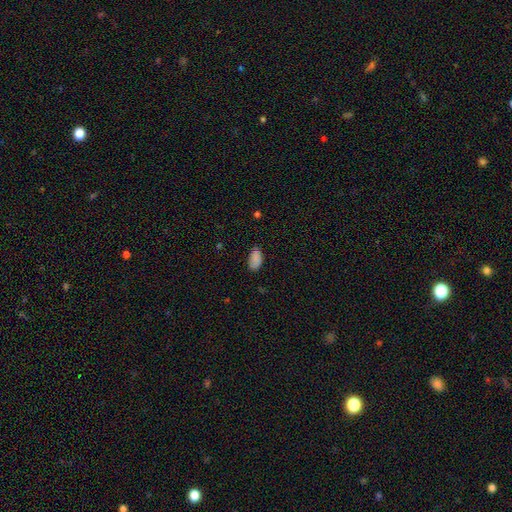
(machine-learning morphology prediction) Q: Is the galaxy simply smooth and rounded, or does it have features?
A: smooth — 85%.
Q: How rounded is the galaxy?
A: in between — 94%.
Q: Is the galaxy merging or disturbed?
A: none — 75%.